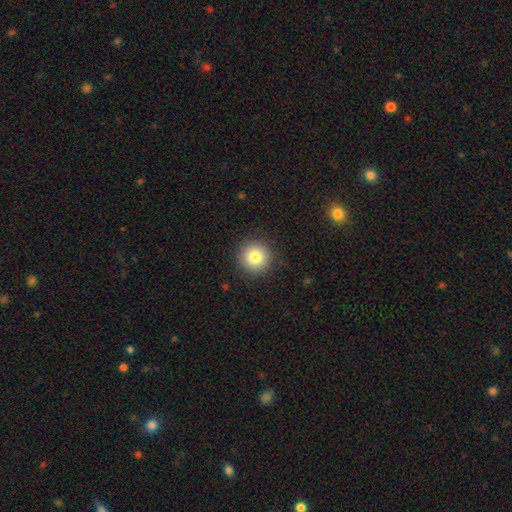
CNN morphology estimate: Smooth or featured: smooth — 78% (star or artifact — 16%)
How rounded: round — 96% (in between — 3%)
Merging: none — 94% (minor disturbance — 4%)